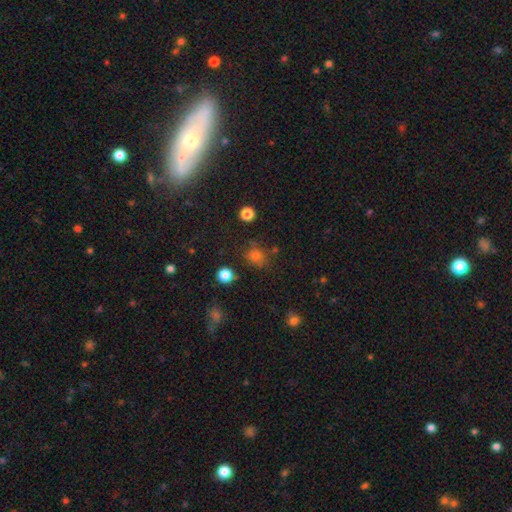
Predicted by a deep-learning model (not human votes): smooth_or_featured: smooth (p=0.68) [alt: star or artifact p=0.25]
how_rounded: round (p=0.75) [alt: in between p=0.24]
merging: none (p=0.76) [alt: minor disturbance p=0.14]